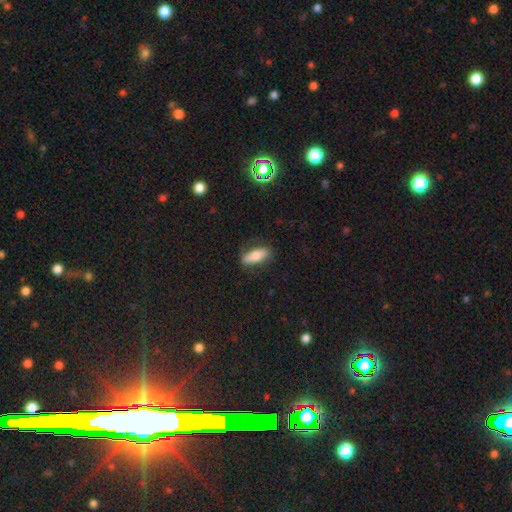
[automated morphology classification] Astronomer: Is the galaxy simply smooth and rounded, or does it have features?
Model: smooth — 70%.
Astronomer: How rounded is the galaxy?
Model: in between — 73%.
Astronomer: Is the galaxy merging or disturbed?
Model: none — 76%.